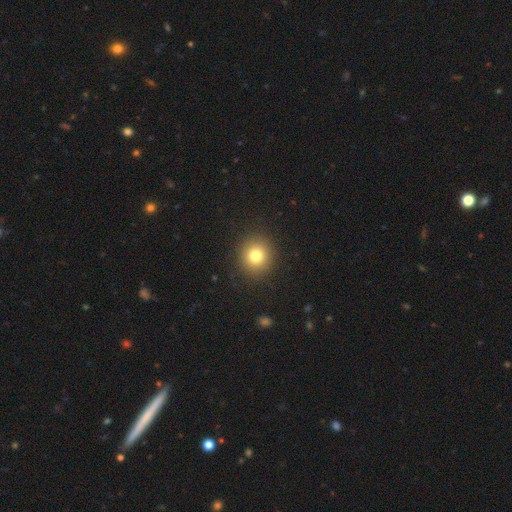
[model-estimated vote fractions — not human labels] Q: Smooth or featured?
A: smooth (78%); runner-up: star or artifact (13%)
Q: How rounded?
A: round (89%); runner-up: in between (10%)
Q: Merging?
A: none (91%); runner-up: minor disturbance (6%)